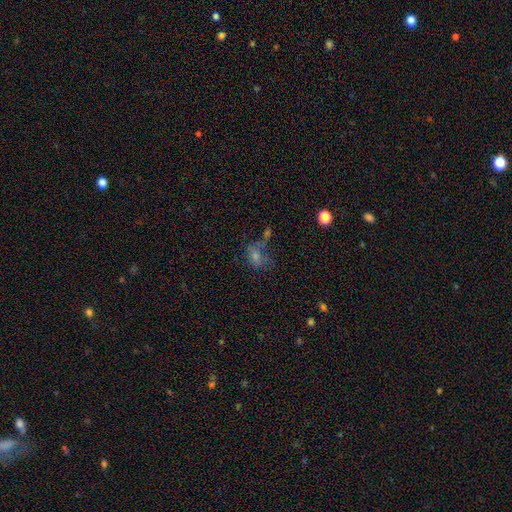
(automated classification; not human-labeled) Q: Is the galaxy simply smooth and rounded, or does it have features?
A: smooth — 50%.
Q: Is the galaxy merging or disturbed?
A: none — 47%.